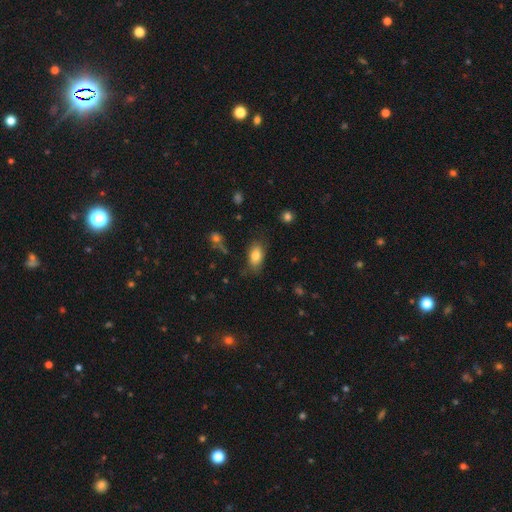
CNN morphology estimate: Smooth or featured? smooth (80%)
How rounded? in between (89%)
Merging? none (75%)